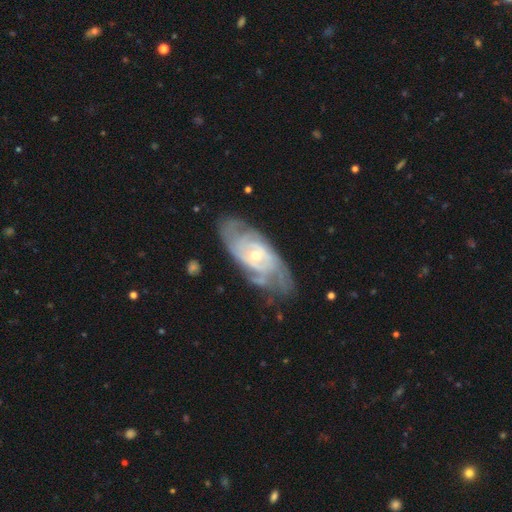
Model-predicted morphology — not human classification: smooth-or-featured: featured or disk: 86% | smooth: 9% | star or artifact: 5%
  disk-edge-on: no: 92% | yes: 8%
    bar: no: 62% | weak: 29% | strong: 8%
    has-spiral-arms: yes: 94% | no: 6%
      spiral-winding: tight: 66% | medium: 28% | loose: 6%
      spiral-arm-count: can't tell: 35% | 2: 24% | 3: 18% | 4: 13% | more than 4: 6% | 1: 5%
    bulge-size: small: 56% | moderate: 41% | large: 2% | none: 1% | dominant: 1%
  merging: none: 69% | minor disturbance: 20% | major disturbance: 8% | merger: 3%